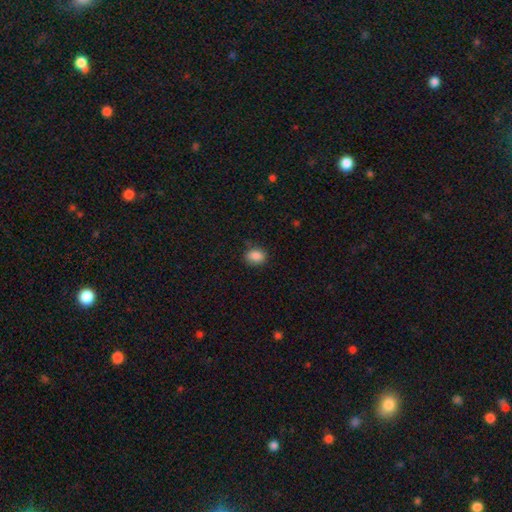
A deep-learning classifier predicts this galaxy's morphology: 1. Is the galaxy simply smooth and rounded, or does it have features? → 87% smooth, 9% star or artifact, 4% featured or disk.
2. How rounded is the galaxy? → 63% in between, 36% round, 1% cigar-shaped.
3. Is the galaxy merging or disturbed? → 80% none, 16% minor disturbance, 3% major disturbance, 1% merger.